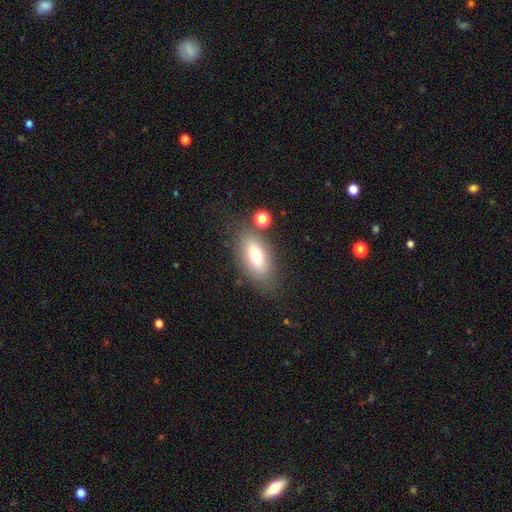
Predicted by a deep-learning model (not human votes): This appears to be a smooth galaxy with no disk features (72%) that is in between round and cigar-shaped (84%). Merging: none (74%).